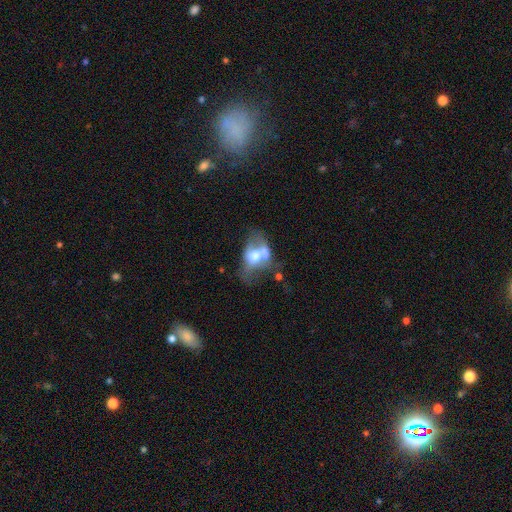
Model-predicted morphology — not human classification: Smooth or featured? Predicted: featured or disk (p=0.47). Merging? Predicted: merger (p=0.44).